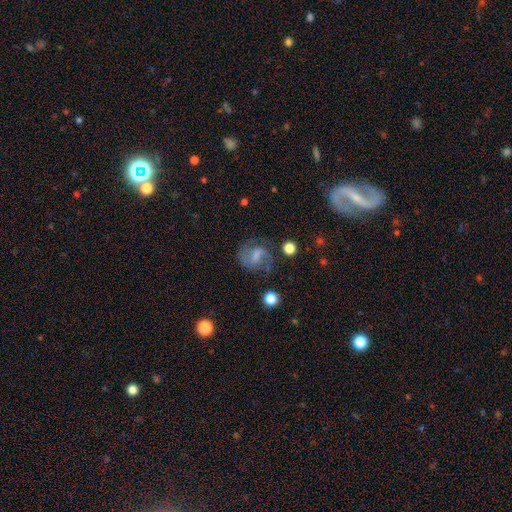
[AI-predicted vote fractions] A featured or disk galaxy (49%). Merging: none (57%).